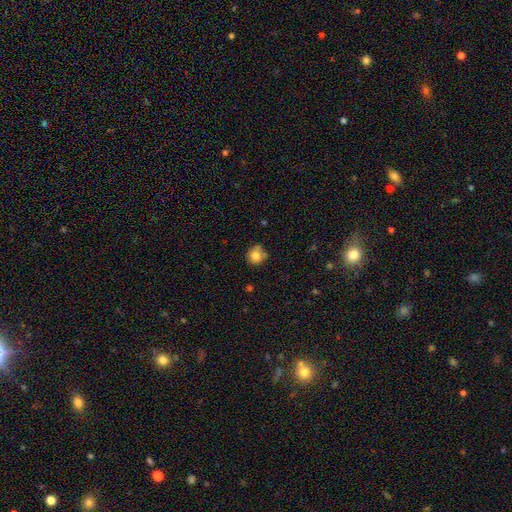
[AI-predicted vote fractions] A smooth galaxy with no disk features (78%) that is round (86%).

Vote fractions:
- Smooth or featured? smooth: 78% / star or artifact: 11% / featured or disk: 11%
- How rounded? round: 86% / in between: 13% / cigar-shaped: 1%
- Merging? none: 65% / minor disturbance: 22% / merger: 8% / major disturbance: 5%